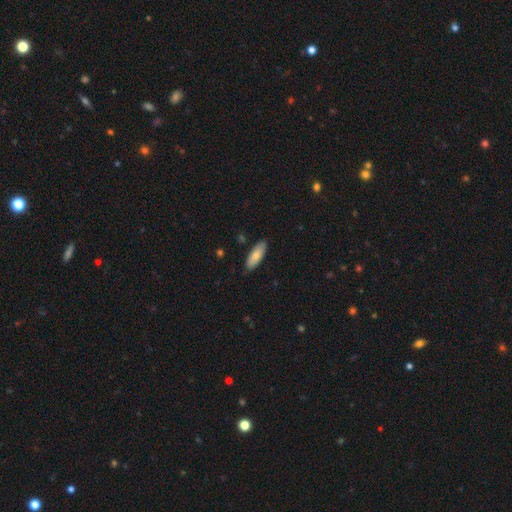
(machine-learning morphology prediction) The model was most divided on "how rounded": in between: 67%, cigar-shaped: 31%, round: 2%. More confident: merging — none (86%); smooth or featured — smooth (76%).